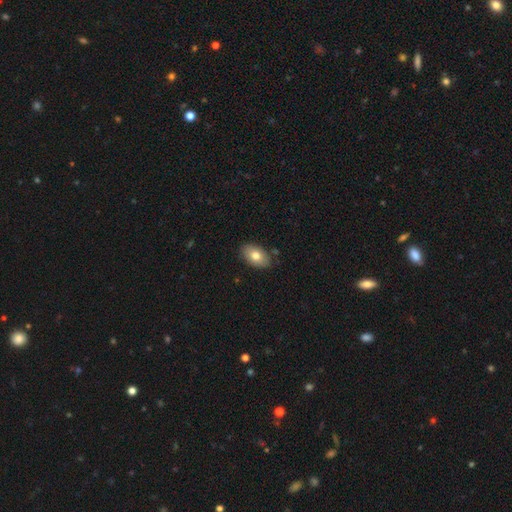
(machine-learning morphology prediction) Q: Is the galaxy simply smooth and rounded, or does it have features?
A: smooth — 77%.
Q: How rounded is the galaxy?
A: in between — 91%.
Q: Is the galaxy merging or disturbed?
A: none — 84%.